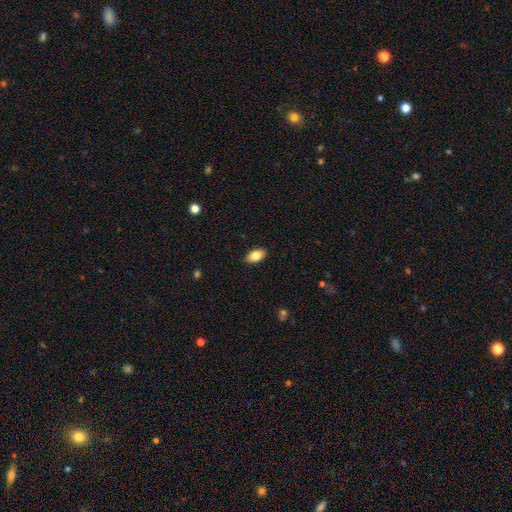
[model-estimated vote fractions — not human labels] Overall: smooth (82%). How rounded: in between (93%). Merging: none (90%).